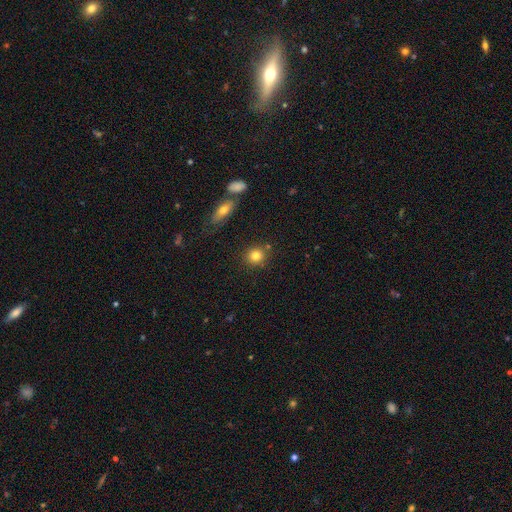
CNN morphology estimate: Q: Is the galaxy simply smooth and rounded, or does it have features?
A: smooth — 81%.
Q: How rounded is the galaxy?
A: round — 86%.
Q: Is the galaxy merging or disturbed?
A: none — 82%.